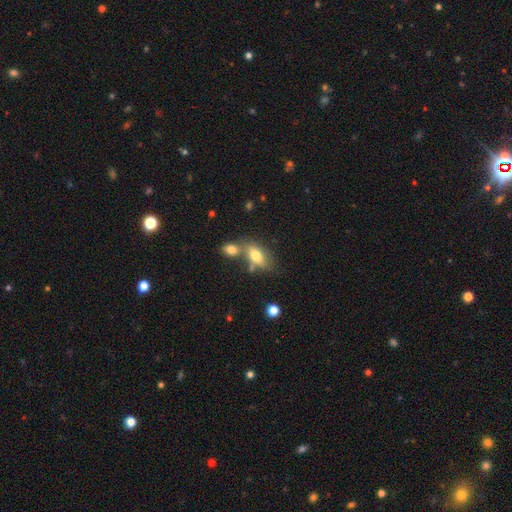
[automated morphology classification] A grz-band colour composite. It shows a smooth galaxy with no disk features (69%) that is in between round and cigar-shaped (85%). Merging: merger (41%).